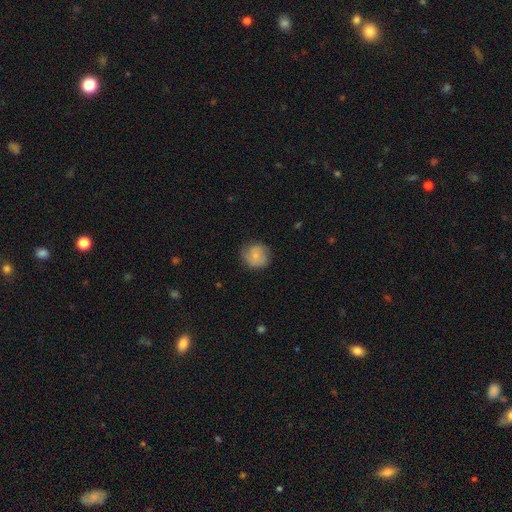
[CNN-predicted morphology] Smooth or featured: smooth — 67% (featured or disk — 26%)
How rounded: round — 87% (in between — 12%)
Merging: none — 73% (minor disturbance — 20%)